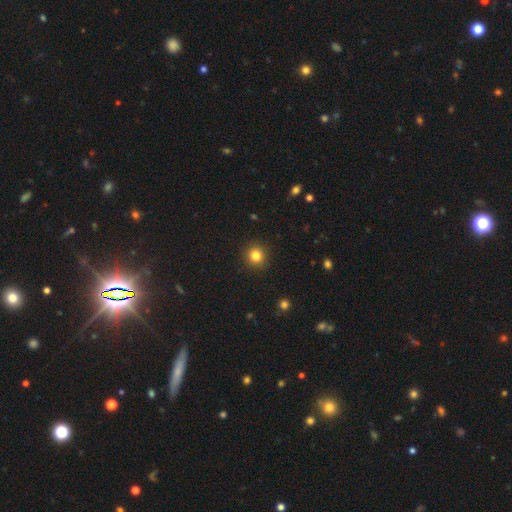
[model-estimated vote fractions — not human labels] Q: Smooth or featured?
A: smooth (83%); runner-up: star or artifact (12%)
Q: How rounded?
A: round (92%); runner-up: in between (7%)
Q: Merging?
A: none (92%); runner-up: minor disturbance (6%)